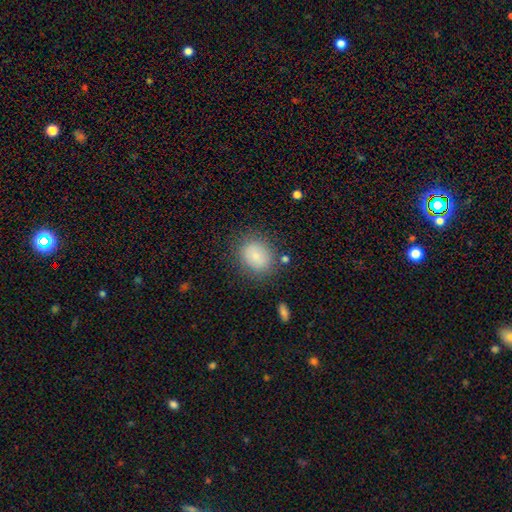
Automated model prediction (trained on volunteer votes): A smooth galaxy with no disk features (83%) that is round (57%).

Vote fractions:
- Smooth or featured? smooth: 83% / star or artifact: 9% / featured or disk: 8%
- How rounded? round: 57% / in between: 42% / cigar-shaped: 1%
- Merging? none: 79% / minor disturbance: 13% / major disturbance: 5% / merger: 3%